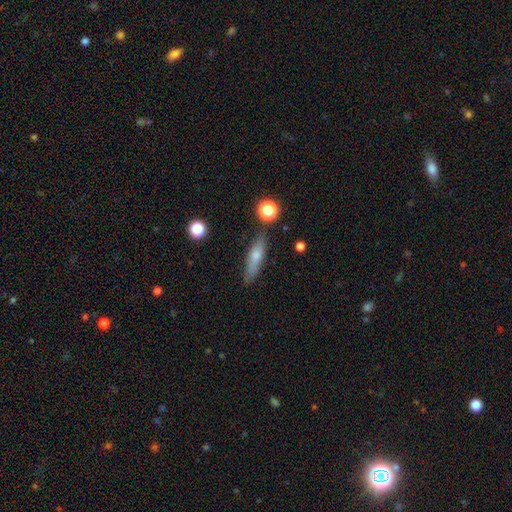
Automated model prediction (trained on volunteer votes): Smooth or featured: smooth — 66% (featured or disk — 25%)
How rounded: cigar-shaped — 63% (in between — 33%)
Merging: none — 76% (minor disturbance — 17%)